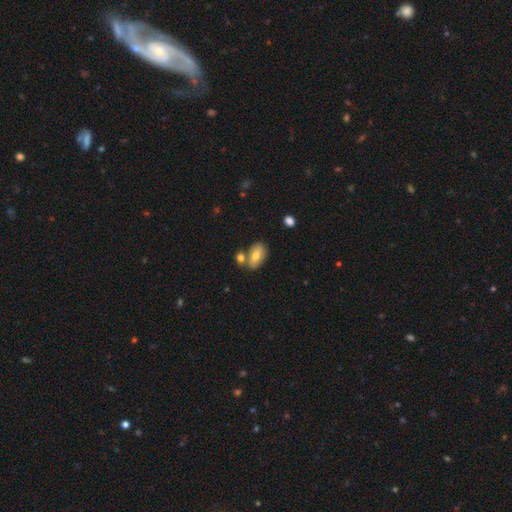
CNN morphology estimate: Smooth or featured?
  - smooth: 73% *
  - featured or disk: 20%
  - star or artifact: 7%
How rounded?
  - in between: 89% *
  - round: 7%
  - cigar-shaped: 4%
Merging?
  - none: 63% *
  - merger: 22%
  - minor disturbance: 12%
  - major disturbance: 3%